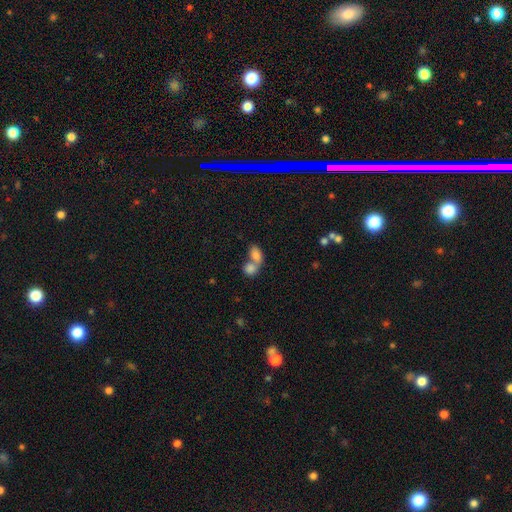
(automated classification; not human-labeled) Overall: smooth (80%). How rounded: in between (80%). Merging: merger (71%).